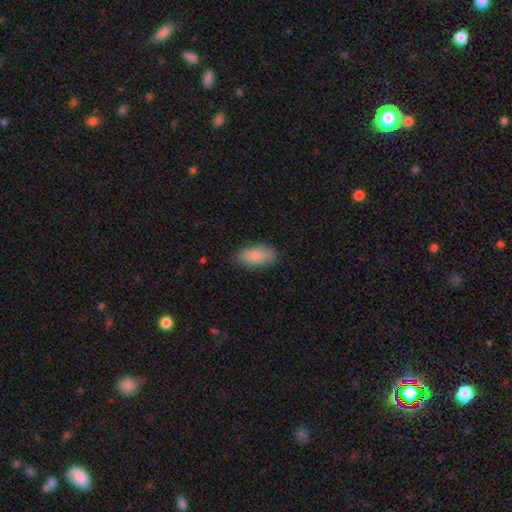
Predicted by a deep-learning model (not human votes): The model was most divided on "merging": none: 82%, minor disturbance: 14%, major disturbance: 3%, merger: 1%. More confident: how rounded — in between (92%); smooth or featured — smooth (81%).